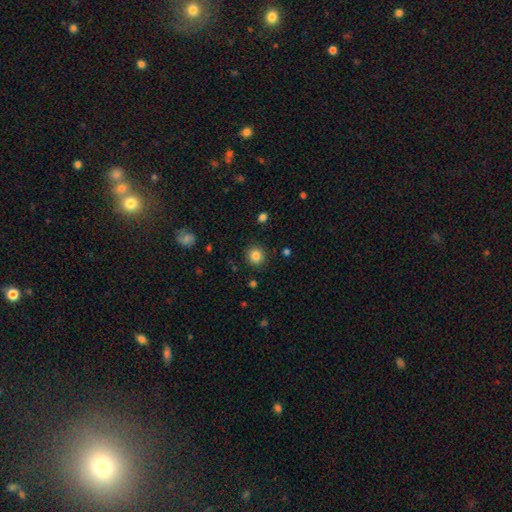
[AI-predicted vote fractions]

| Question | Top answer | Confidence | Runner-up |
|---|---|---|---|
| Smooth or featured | smooth | 84% | star or artifact (11%) |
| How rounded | round | 92% | in between (7%) |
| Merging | none | 90% | minor disturbance (6%) |